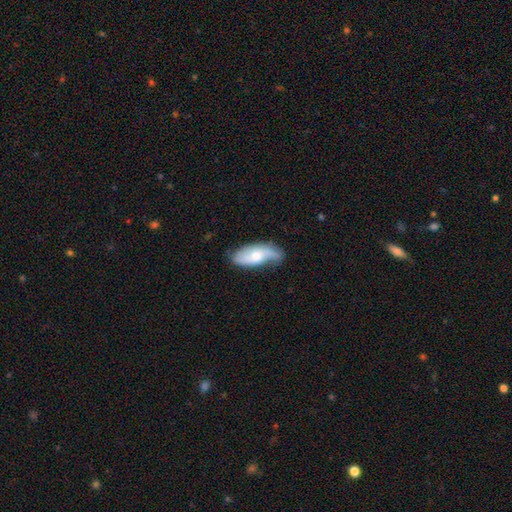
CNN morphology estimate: A smooth galaxy with no disk features (49%).

Vote fractions:
- Smooth or featured? smooth: 49% / featured or disk: 44% / star or artifact: 6%
- Merging? none: 58% / minor disturbance: 31% / major disturbance: 9% / merger: 2%